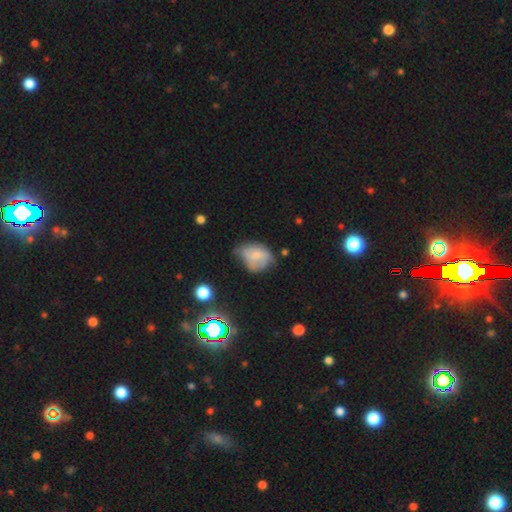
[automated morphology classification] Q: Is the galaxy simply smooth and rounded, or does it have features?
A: smooth — 60%.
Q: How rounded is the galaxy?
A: in between — 63%.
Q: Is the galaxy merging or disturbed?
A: minor disturbance — 42%.